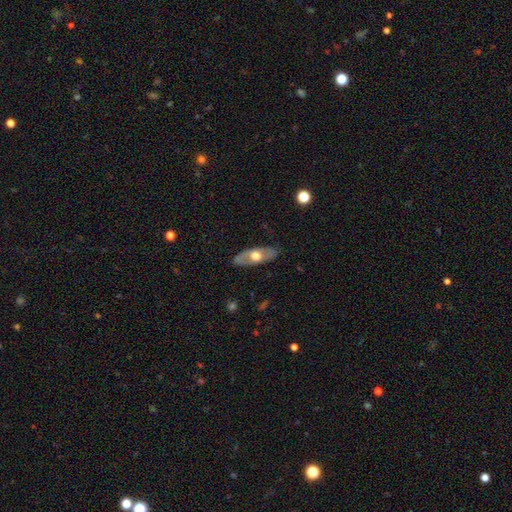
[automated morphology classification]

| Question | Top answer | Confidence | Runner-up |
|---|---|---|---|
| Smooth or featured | featured or disk | 51% | smooth (44%) |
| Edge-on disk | no | 67% | yes (33%) |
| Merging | none | 83% | minor disturbance (13%) |